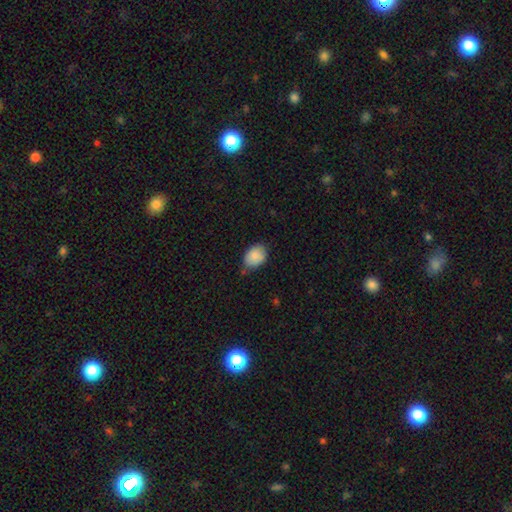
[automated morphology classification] Smooth or featured? smooth (87%)
How rounded? in between (71%)
Merging? none (64%)